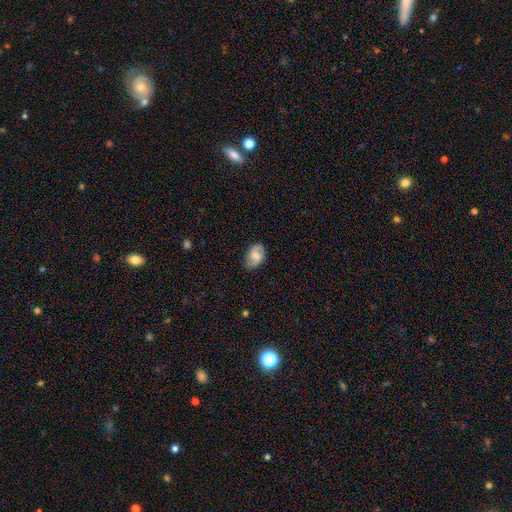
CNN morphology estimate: type=featured or disk (51%); edge-on=no (96%); merging=none (81%).